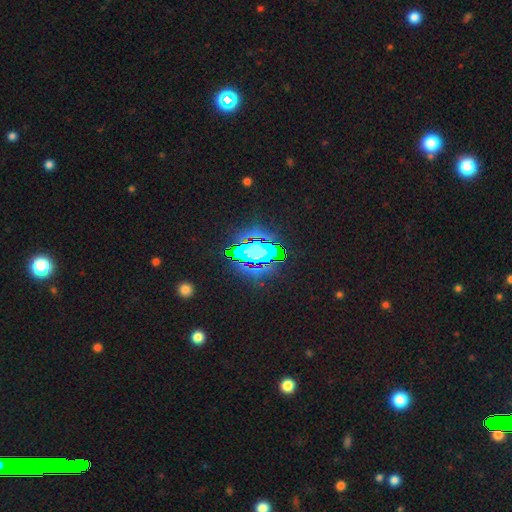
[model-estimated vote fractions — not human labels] Smooth or featured?
  - star or artifact: 82% *
  - smooth: 10%
  - featured or disk: 7%